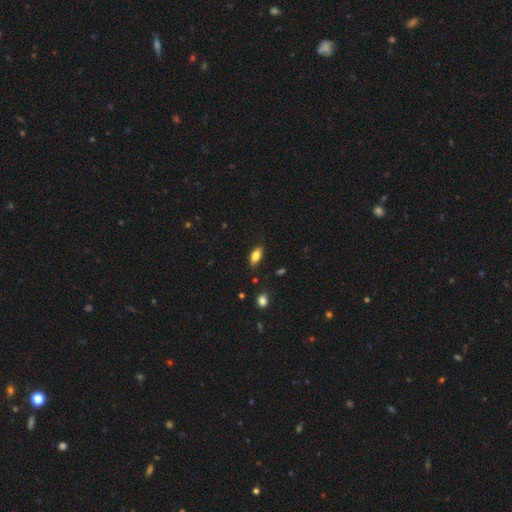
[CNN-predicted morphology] A smooth galaxy with no disk features (75%) that is in between round and cigar-shaped (83%).

Vote fractions:
- Smooth or featured? smooth: 75% / featured or disk: 17% / star or artifact: 8%
- How rounded? in between: 83% / cigar-shaped: 13% / round: 4%
- Merging? none: 79% / minor disturbance: 16% / major disturbance: 3% / merger: 2%